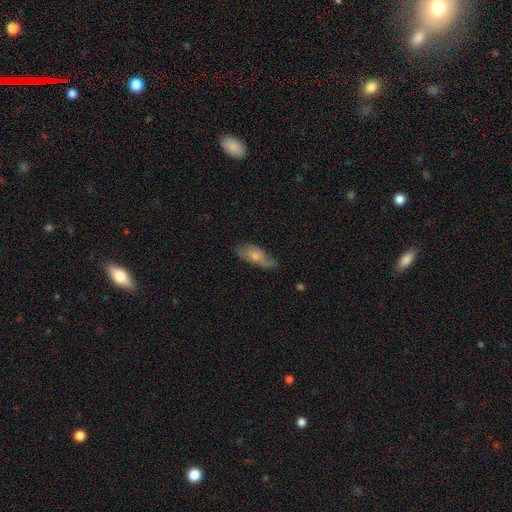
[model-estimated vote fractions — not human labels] Q: Smooth or featured?
A: smooth (55%); runner-up: featured or disk (38%)
Q: How rounded?
A: in between (79%); runner-up: cigar-shaped (18%)
Q: Merging?
A: none (60%); runner-up: minor disturbance (30%)